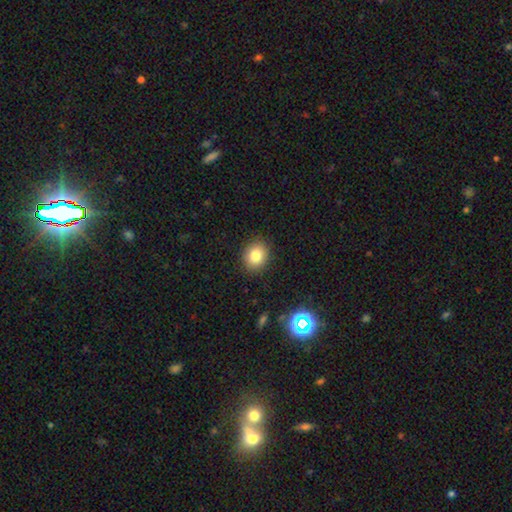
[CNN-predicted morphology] Smooth or featured?
  - smooth: 82% *
  - star or artifact: 11%
  - featured or disk: 8%
How rounded?
  - round: 62% *
  - in between: 37%
  - cigar-shaped: 1%
Merging?
  - none: 89% *
  - minor disturbance: 8%
  - major disturbance: 2%
  - merger: 1%